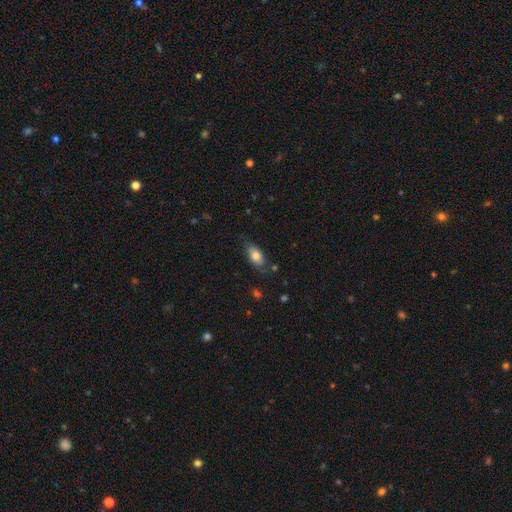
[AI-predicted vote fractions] Morphology: type=smooth (76%); roundness=in between (89%); merging=none (68%).